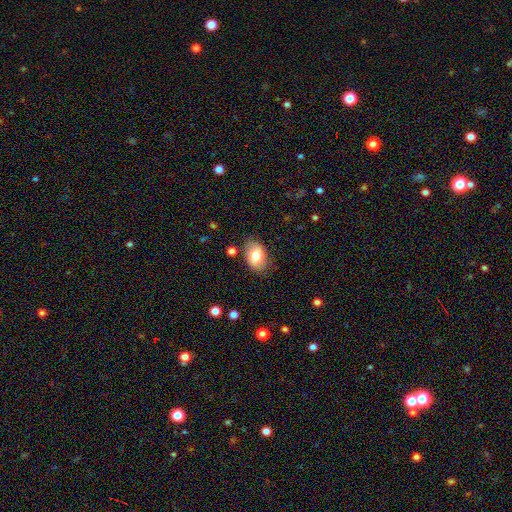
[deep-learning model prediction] Smooth or featured? Predicted: smooth (p=0.77). How rounded? Predicted: in between (p=0.88). Merging? Predicted: none (p=0.77).